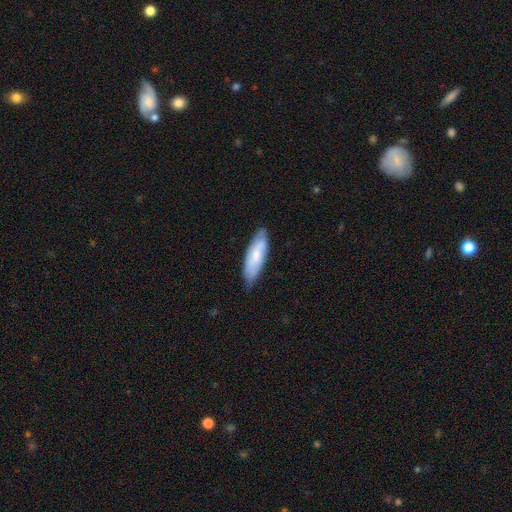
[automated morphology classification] type=smooth (60%); roundness=in between (56%); merging=none (74%).